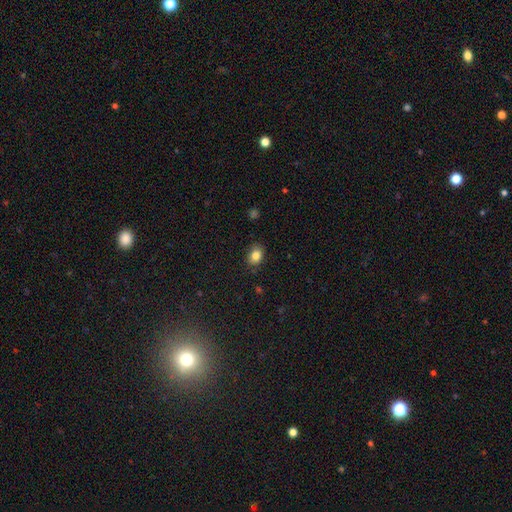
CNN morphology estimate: This is clearly a smooth galaxy (84%). How rounded: likely in between (67%). Merging: clearly none (84%).